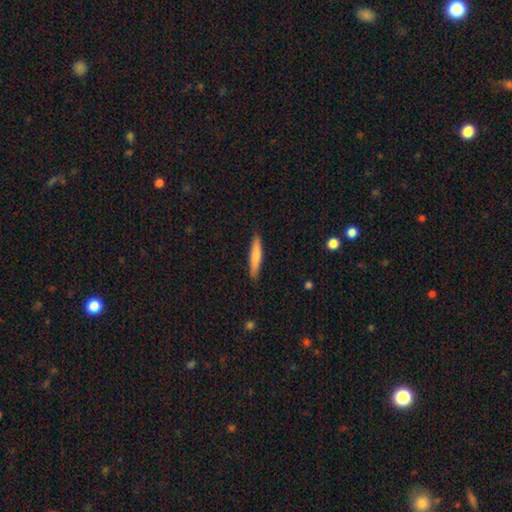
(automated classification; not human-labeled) This is likely a smooth galaxy (73%). How rounded: clearly cigar-shaped (88%). Merging: clearly none (89%).